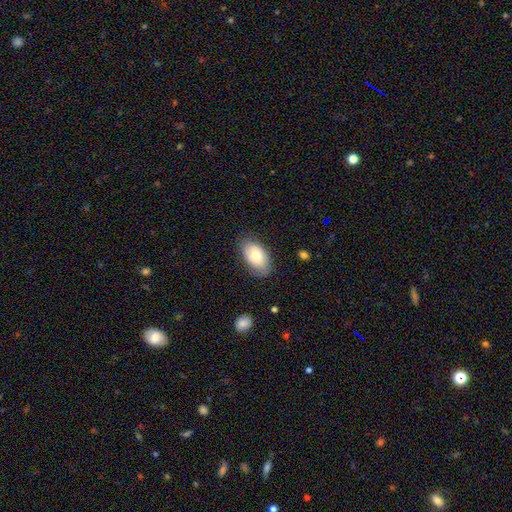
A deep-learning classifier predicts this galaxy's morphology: Smooth or featured: smooth — 68% (featured or disk — 25%)
How rounded: in between — 92% (round — 6%)
Merging: none — 77% (minor disturbance — 18%)